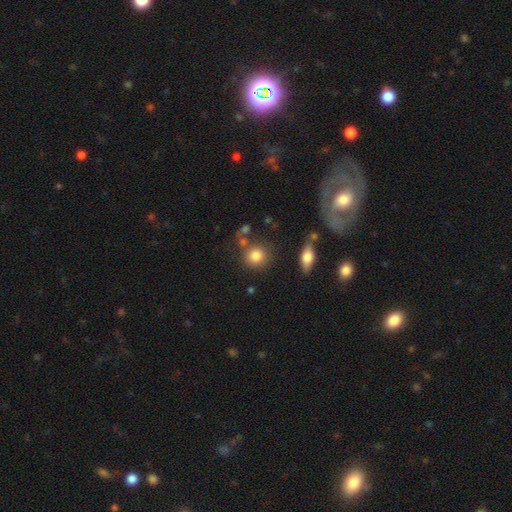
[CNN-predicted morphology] smooth_or_featured: smooth (p=0.82) [alt: star or artifact p=0.09]
how_rounded: round (p=0.85) [alt: in between p=0.13]
merging: none (p=0.74) [alt: minor disturbance p=0.12]